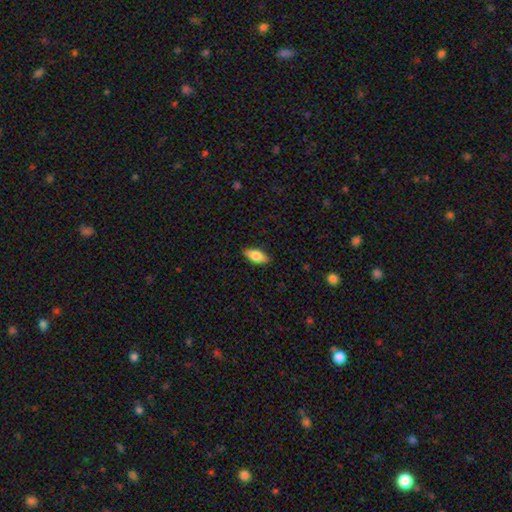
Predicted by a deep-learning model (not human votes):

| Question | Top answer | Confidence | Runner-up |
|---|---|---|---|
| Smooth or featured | smooth | 75% | featured or disk (18%) |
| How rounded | in between | 83% | cigar-shaped (14%) |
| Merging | none | 87% | minor disturbance (10%) |